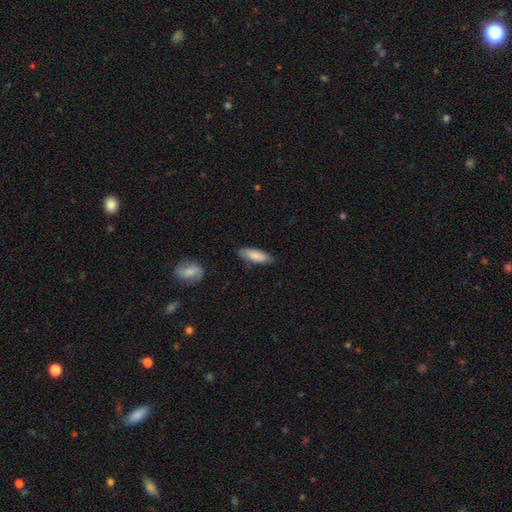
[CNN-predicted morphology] A smooth galaxy with no disk features (84%) that is in between round and cigar-shaped (61%).

Vote fractions:
- Smooth or featured? smooth: 84% / featured or disk: 10% / star or artifact: 6%
- How rounded? in between: 61% / cigar-shaped: 37% / round: 2%
- Merging? none: 79% / minor disturbance: 16% / major disturbance: 3% / merger: 2%